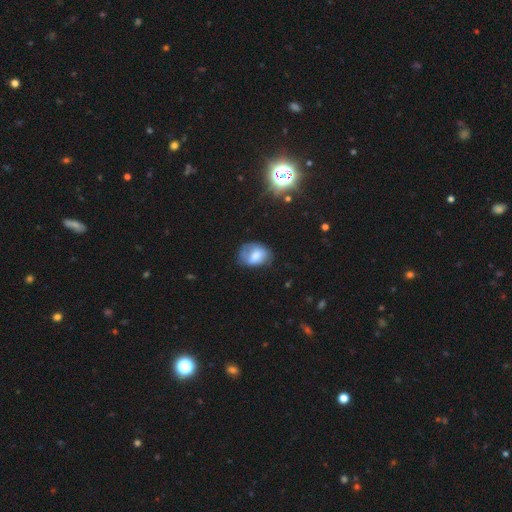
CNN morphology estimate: A smooth galaxy with no disk features (64%) that is in between round and cigar-shaped (71%).

Vote fractions:
- Smooth or featured? smooth: 64% / featured or disk: 26% / star or artifact: 10%
- How rounded? in between: 71% / round: 28% / cigar-shaped: 1%
- Merging? none: 54% / minor disturbance: 31% / major disturbance: 13% / merger: 2%